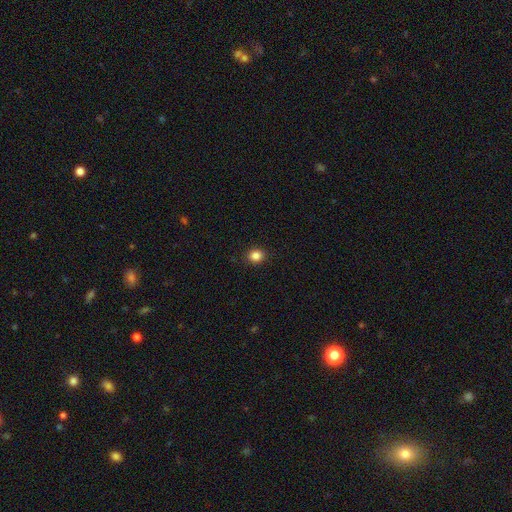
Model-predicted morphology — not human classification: Smooth or featured?
  - smooth: 85% *
  - star or artifact: 11%
  - featured or disk: 4%
How rounded?
  - round: 78% *
  - in between: 21%
  - cigar-shaped: 1%
Merging?
  - none: 91% *
  - minor disturbance: 6%
  - major disturbance: 2%
  - merger: 1%